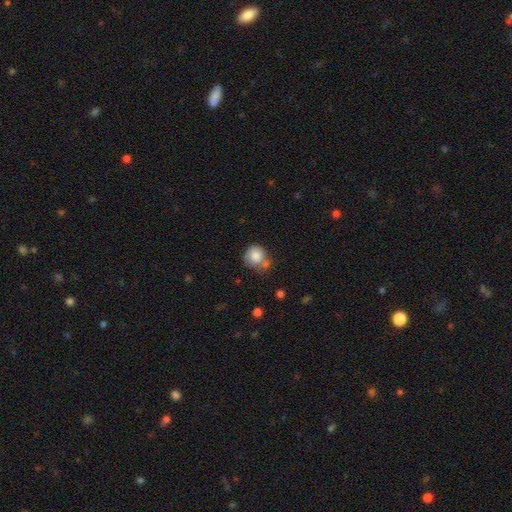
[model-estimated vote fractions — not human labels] Overall: smooth (81%). How rounded: round (84%). Merging: none (49%; merger 23%).